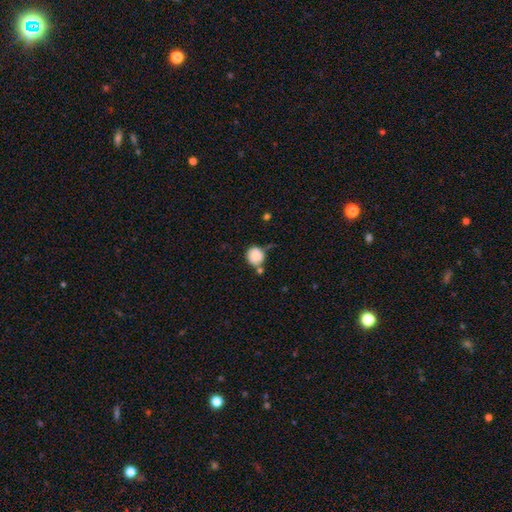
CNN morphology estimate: Smooth or featured: smooth — 80% (featured or disk — 11%)
How rounded: round — 81% (in between — 18%)
Merging: none — 49% (minor disturbance — 24%)